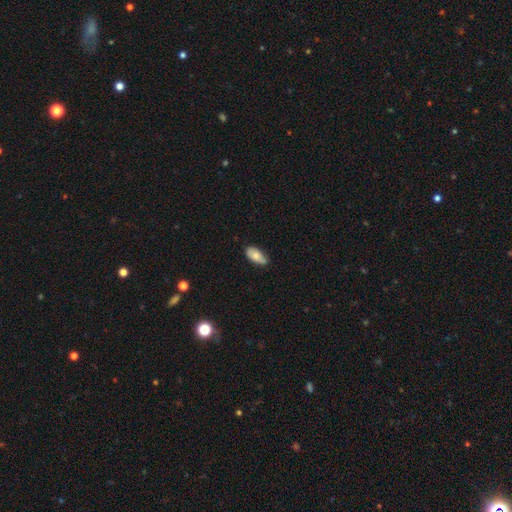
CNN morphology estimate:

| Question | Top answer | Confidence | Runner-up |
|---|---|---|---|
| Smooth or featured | smooth | 77% | featured or disk (16%) |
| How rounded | in between | 90% | cigar-shaped (7%) |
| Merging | none | 67% | minor disturbance (27%) |